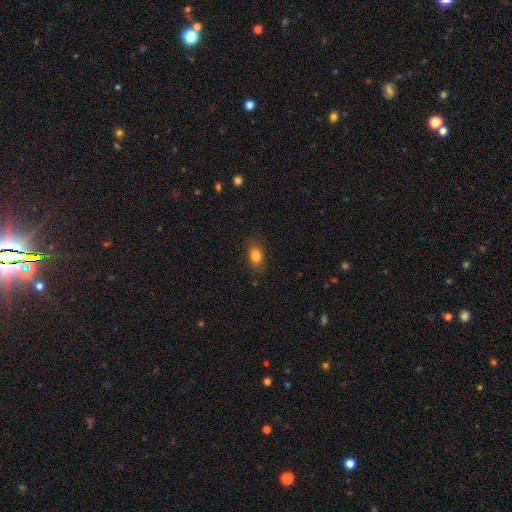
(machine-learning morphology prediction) Smooth or featured? Predicted: smooth (p=0.82). How rounded? Predicted: in between (p=0.77). Merging? Predicted: none (p=0.84).